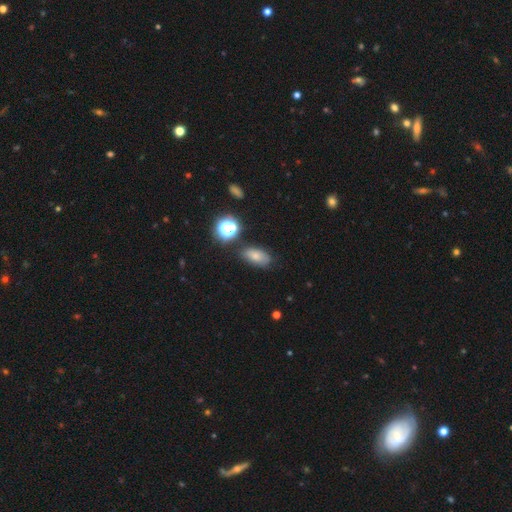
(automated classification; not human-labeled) A smooth galaxy with no disk features (67%) that is in between round and cigar-shaped (86%). Merging: none (70%).